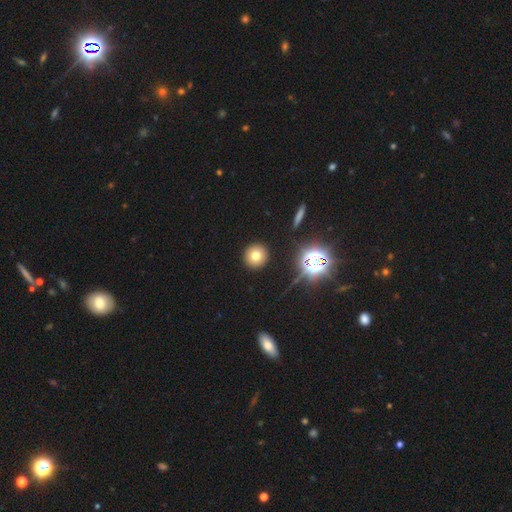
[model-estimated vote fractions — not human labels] Smooth or featured? smooth (71%)
How rounded? round (94%)
Merging? none (92%)